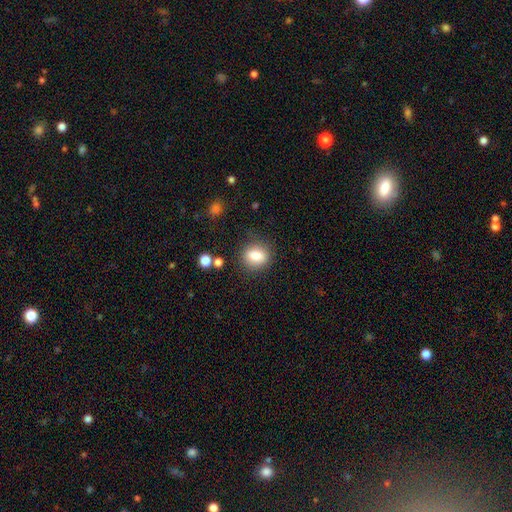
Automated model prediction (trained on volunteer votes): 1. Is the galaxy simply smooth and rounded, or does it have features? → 82% smooth, 9% star or artifact, 9% featured or disk.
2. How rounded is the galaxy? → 54% round, 44% in between, 2% cigar-shaped.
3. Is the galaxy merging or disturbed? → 81% none, 12% minor disturbance, 4% major disturbance, 3% merger.